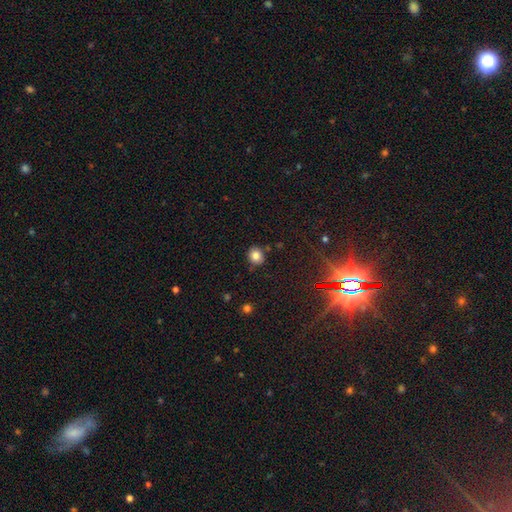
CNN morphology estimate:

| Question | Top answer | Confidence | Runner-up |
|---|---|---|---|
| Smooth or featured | smooth | 81% | star or artifact (13%) |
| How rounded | round | 82% | in between (17%) |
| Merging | none | 81% | minor disturbance (12%) |